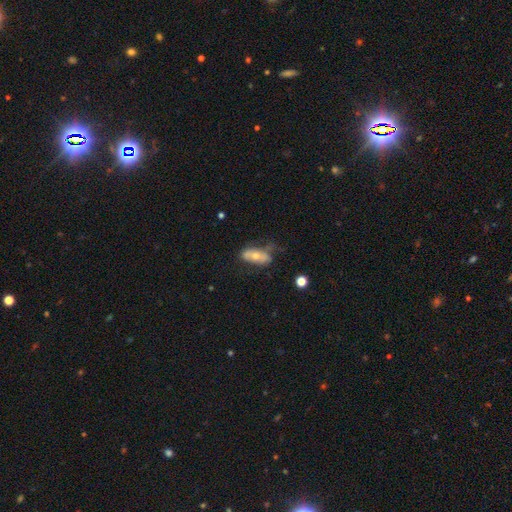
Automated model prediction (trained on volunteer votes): Q: Smooth or featured?
A: smooth (51%); runner-up: featured or disk (41%)
Q: How rounded?
A: in between (81%); runner-up: cigar-shaped (15%)
Q: Merging?
A: none (41%); runner-up: minor disturbance (33%)